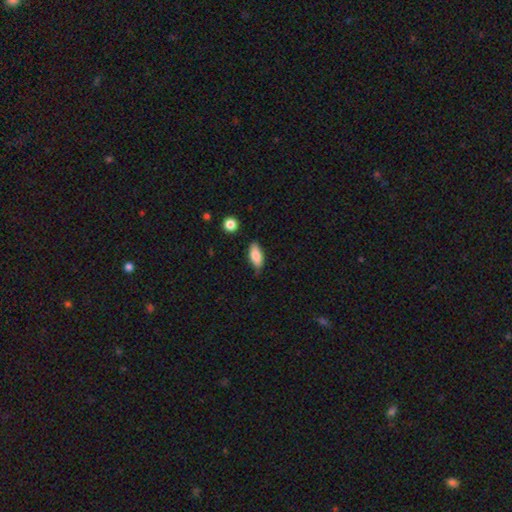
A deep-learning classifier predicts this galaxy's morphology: Smooth or featured: smooth — 81% (featured or disk — 12%)
How rounded: in between — 85% (cigar-shaped — 12%)
Merging: none — 70% (minor disturbance — 24%)